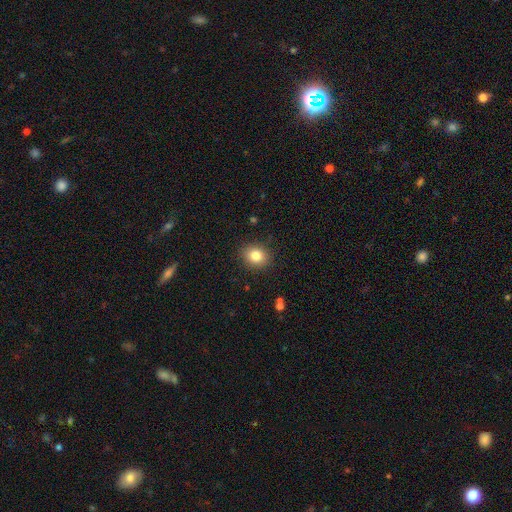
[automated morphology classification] A smooth galaxy with no disk features (82%) that is round (66%).

Vote fractions:
- Smooth or featured? smooth: 82% / star or artifact: 11% / featured or disk: 7%
- How rounded? round: 66% / in between: 33% / cigar-shaped: 1%
- Merging? none: 89% / minor disturbance: 8% / major disturbance: 2% / merger: 1%